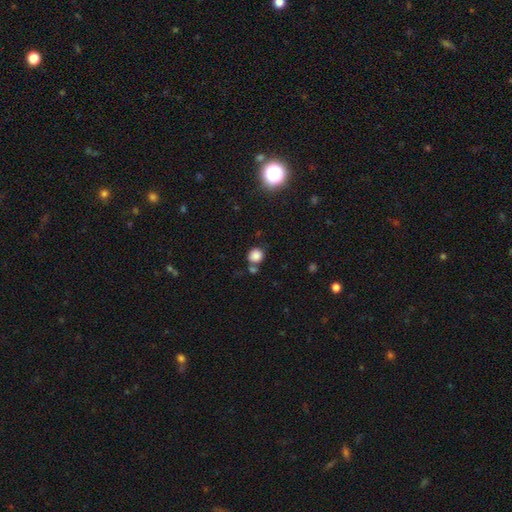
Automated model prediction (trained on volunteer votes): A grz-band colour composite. It shows a smooth galaxy with no disk features (83%) that is round (85%). Merging: none (67%).